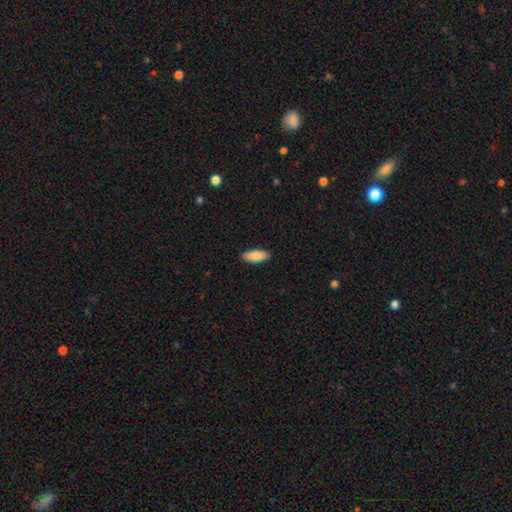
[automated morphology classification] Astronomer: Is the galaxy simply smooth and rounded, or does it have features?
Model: smooth — 85%.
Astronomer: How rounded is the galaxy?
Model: in between — 77%.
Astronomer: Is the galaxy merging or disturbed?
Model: none — 90%.